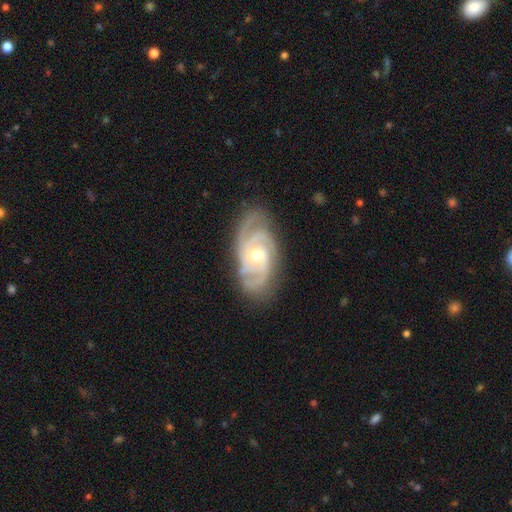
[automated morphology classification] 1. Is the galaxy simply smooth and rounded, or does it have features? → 91% featured or disk, 4% smooth, 4% star or artifact.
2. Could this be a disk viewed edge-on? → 96% no, 4% yes.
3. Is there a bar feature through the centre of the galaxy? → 66% no, 27% weak, 7% strong.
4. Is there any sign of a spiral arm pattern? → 98% yes, 2% no.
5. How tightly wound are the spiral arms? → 62% tight, 34% medium, 4% loose.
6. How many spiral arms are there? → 55% 3, 17% 2, 12% 4, 7% can't tell, 4% more than 4, 4% 1.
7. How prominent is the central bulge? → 52% moderate, 45% small, 2% large, 1% none, 1% dominant.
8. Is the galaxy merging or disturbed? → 80% none, 15% minor disturbance, 4% major disturbance, 1% merger.